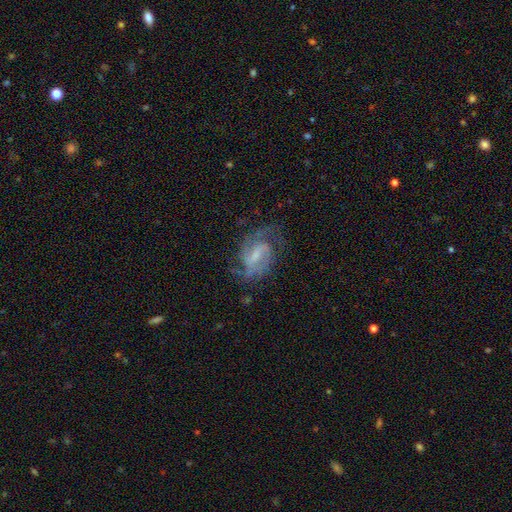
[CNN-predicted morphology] smooth_or_featured: featured or disk (p=0.84) [alt: smooth p=0.09]
disk_edge_on: no (p=0.97) [alt: yes p=0.03]
bar: weak (p=0.55) [alt: strong p=0.29]
has_spiral_arms: yes (p=0.95) [alt: no p=0.05]
spiral_winding: medium (p=0.52) [alt: tight p=0.28]
spiral_arm_count: 2 (p=0.69) [alt: can't tell p=0.11]
bulge_size: small (p=0.46) [alt: moderate p=0.28]
merging: none (p=0.64) [alt: minor disturbance p=0.20]